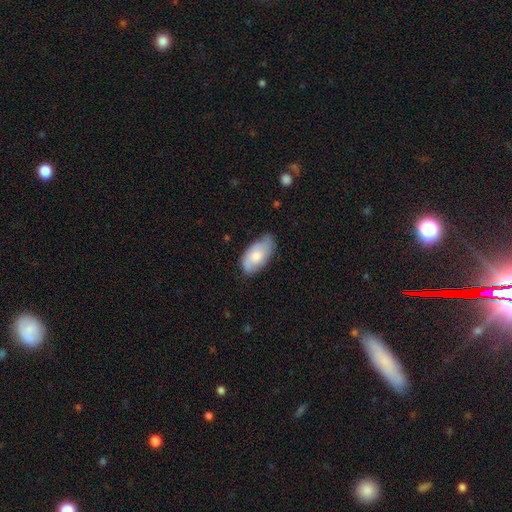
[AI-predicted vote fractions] A smooth galaxy with no disk features (62%) that is in between round and cigar-shaped (94%). Merging: none (64%).